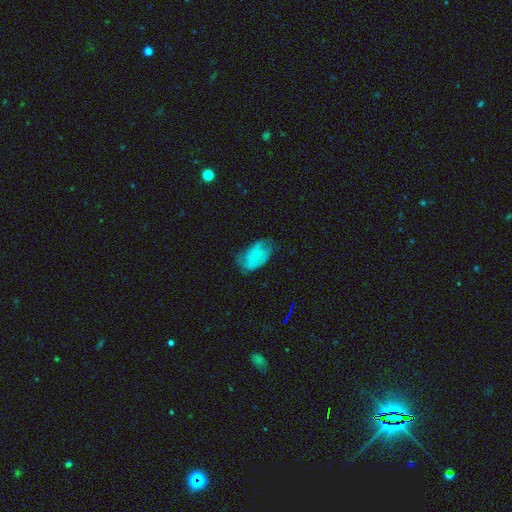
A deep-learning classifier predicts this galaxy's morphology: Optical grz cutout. It shows a smooth galaxy with no disk features (49%). Merging: none (48%).